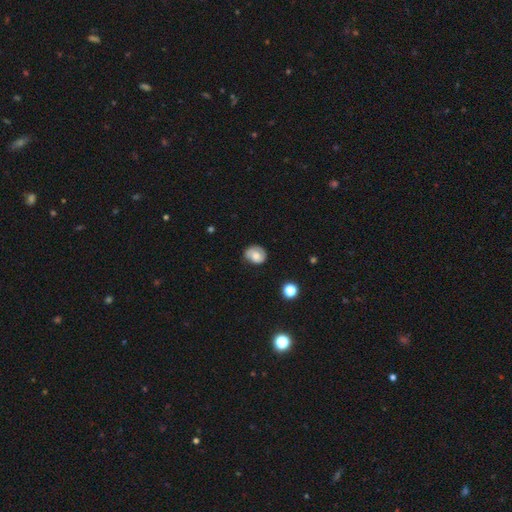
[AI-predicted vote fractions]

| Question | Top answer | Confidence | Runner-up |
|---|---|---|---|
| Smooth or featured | smooth | 60% | featured or disk (31%) |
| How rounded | round | 60% | in between (39%) |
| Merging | none | 65% | minor disturbance (27%) |